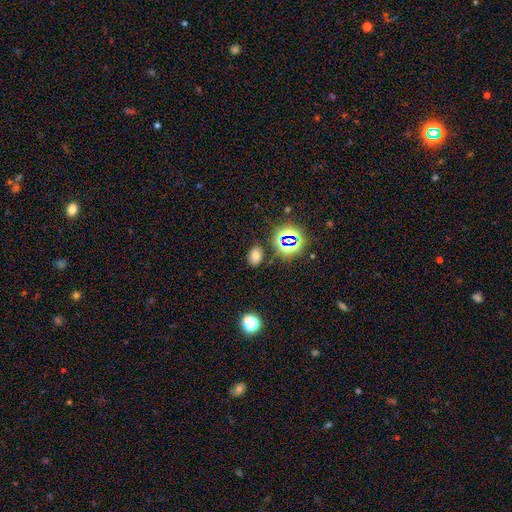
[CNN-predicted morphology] The model was most divided on "smooth or featured": smooth: 68%, star or artifact: 25%, featured or disk: 7%. More confident: merging — none (82%); how rounded — in between (77%).